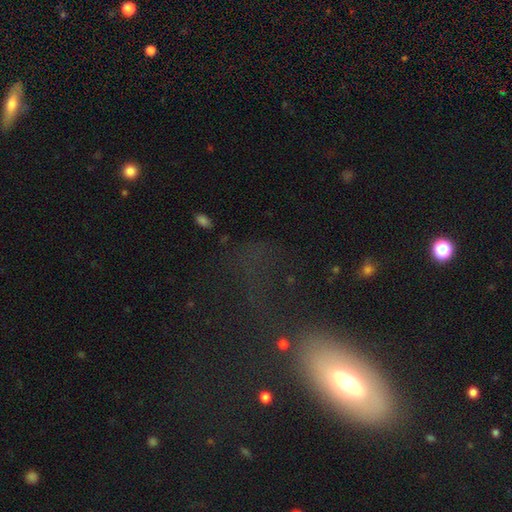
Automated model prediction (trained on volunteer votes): The model was most divided on "smooth or featured": smooth: 44%, featured or disk: 31%, star or artifact: 25%. More confident: merging — none (54%).